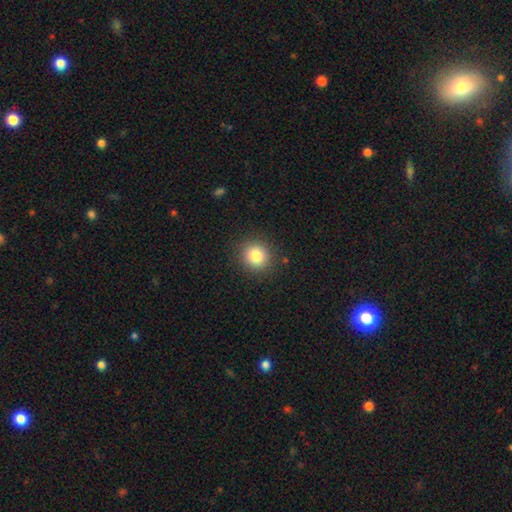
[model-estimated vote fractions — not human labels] A smooth galaxy with no disk features (83%) that is round (90%). Merging: none (89%).